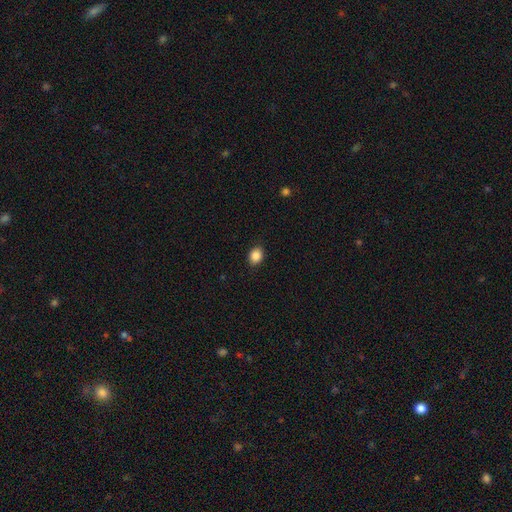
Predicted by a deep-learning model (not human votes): Q: Smooth or featured?
A: smooth (87%); runner-up: star or artifact (9%)
Q: How rounded?
A: in between (57%); runner-up: round (42%)
Q: Merging?
A: none (89%); runner-up: minor disturbance (8%)